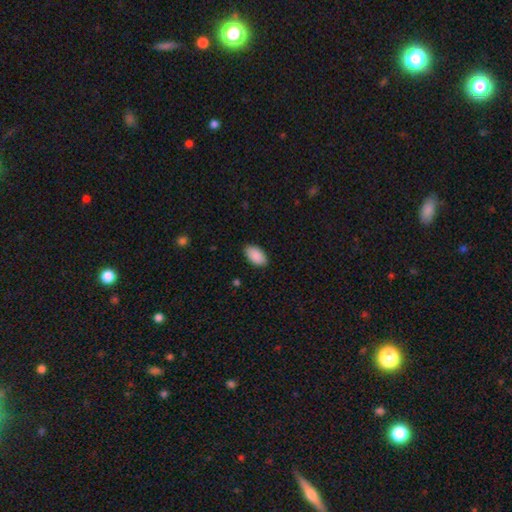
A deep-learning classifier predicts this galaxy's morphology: smooth-or-featured: smooth: 91% | star or artifact: 6% | featured or disk: 3%
  how-rounded: in between: 95% | round: 3% | cigar-shaped: 2%
  merging: none: 87% | minor disturbance: 10% | major disturbance: 2% | merger: 1%